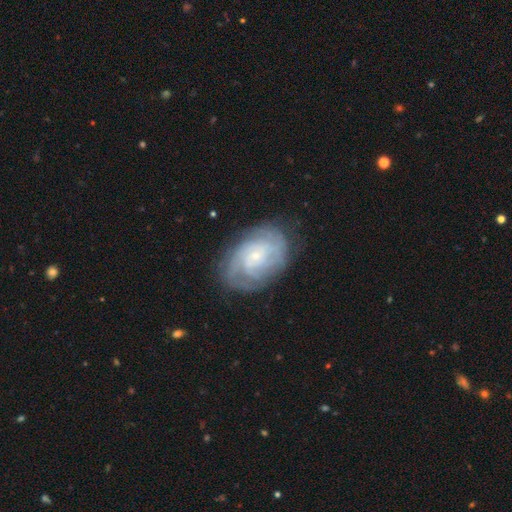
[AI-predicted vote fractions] Smooth or featured? featured or disk (79%)
Edge-on disk? no (97%)
Bar? no (71%)
Spiral arms? yes (93%)
Spiral winding? tight (69%)
Spiral arm count? can't tell (41%)
Bulge size? small (80%)
Merging? none (75%)